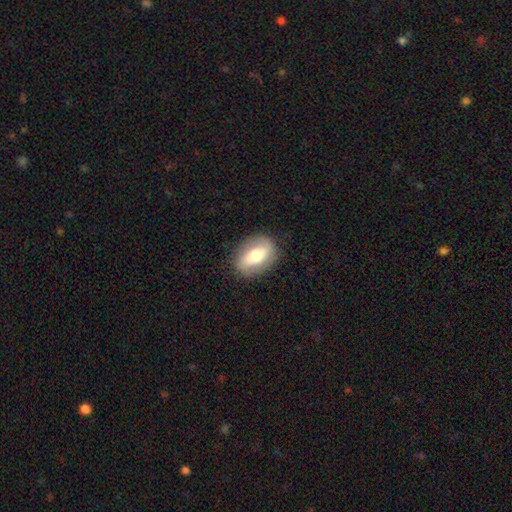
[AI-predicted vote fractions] Morphology: type=smooth (49%); merging=none (84%).